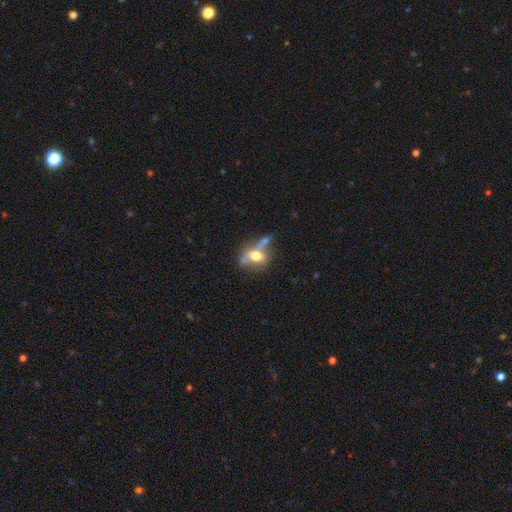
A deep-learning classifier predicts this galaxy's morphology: Smooth or featured: smooth — 57% (featured or disk — 33%)
How rounded: in between — 68% (round — 27%)
Merging: none — 35% (merger — 33%)